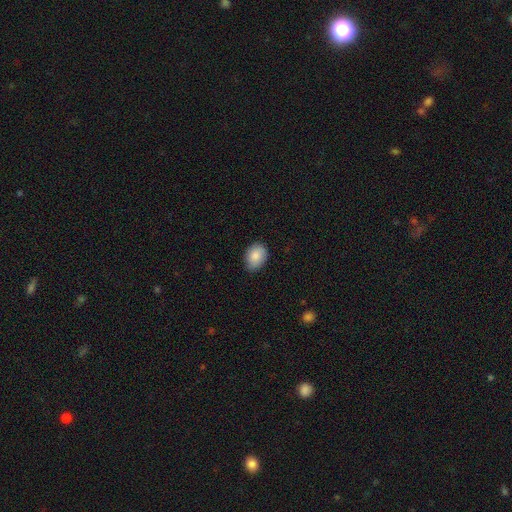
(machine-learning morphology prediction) Smooth or featured? Predicted: smooth (p=0.86). How rounded? Predicted: in between (p=0.70). Merging? Predicted: none (p=0.76).